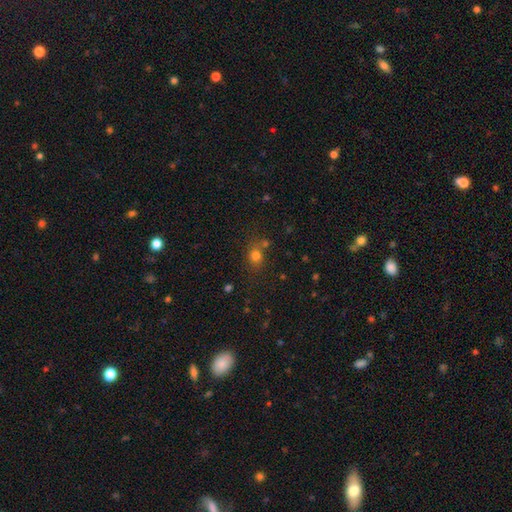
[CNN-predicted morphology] Smooth or featured: smooth — 76% (star or artifact — 16%)
How rounded: round — 69% (in between — 30%)
Merging: none — 67% (merger — 16%)